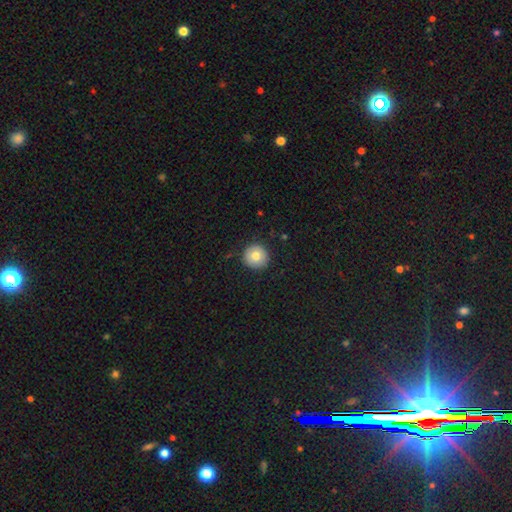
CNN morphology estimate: This is likely a smooth galaxy (77%). How rounded: clearly round (96%). Merging: clearly none (90%).